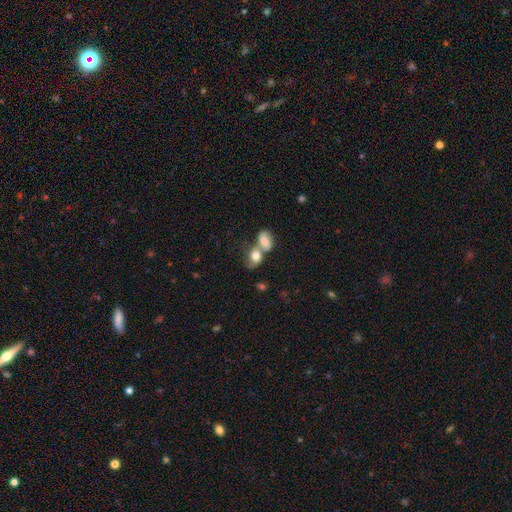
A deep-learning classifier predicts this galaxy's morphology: A smooth galaxy with no disk features (66%) that is in between round and cigar-shaped (66%). Merging: merger (71%).